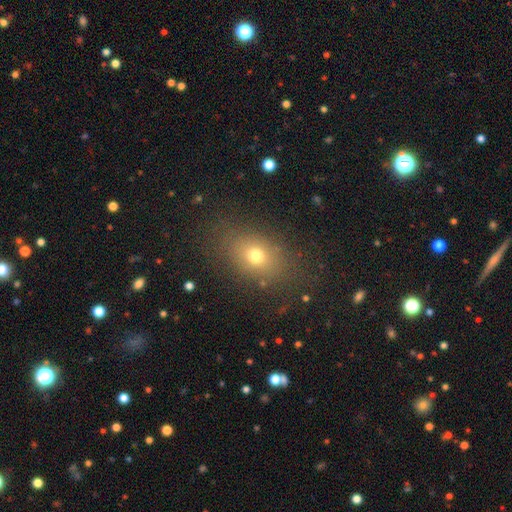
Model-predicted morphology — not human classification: A smooth galaxy with no disk features (70%) that is in between round and cigar-shaped (66%).

Vote fractions:
- Smooth or featured? smooth: 70% / star or artifact: 16% / featured or disk: 13%
- How rounded? in between: 66% / round: 32% / cigar-shaped: 2%
- Merging? none: 80% / minor disturbance: 12% / major disturbance: 6% / merger: 2%